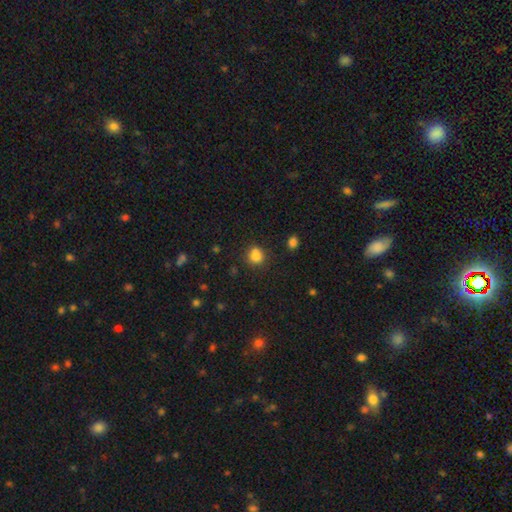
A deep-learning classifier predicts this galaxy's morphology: smooth_or_featured: smooth (p=0.81) [alt: star or artifact p=0.13]
how_rounded: round (p=0.77) [alt: in between p=0.22]
merging: none (p=0.65) [alt: minor disturbance p=0.17]